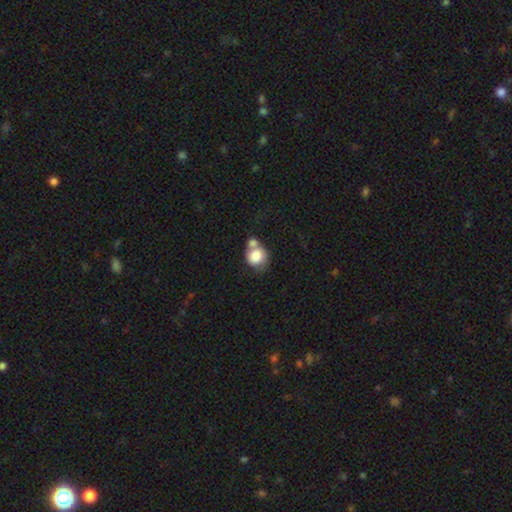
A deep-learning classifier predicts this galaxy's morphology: The model was most divided on "merging": merger: 53%, none: 29%, minor disturbance: 11%, major disturbance: 7%. More confident: smooth or featured — smooth (80%); how rounded — round (76%).